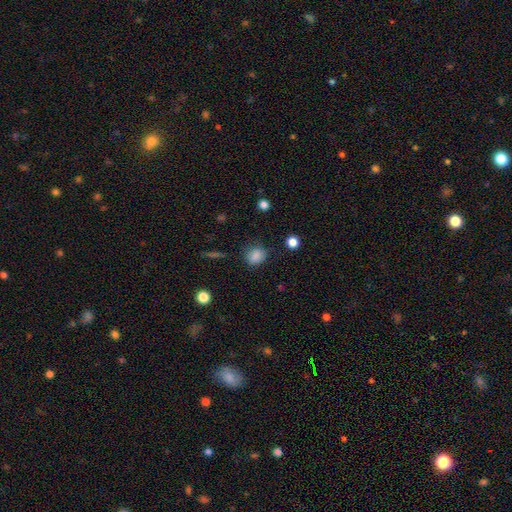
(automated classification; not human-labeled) Smooth or featured? Predicted: smooth (p=0.84). How rounded? Predicted: round (p=0.62). Merging? Predicted: none (p=0.78).